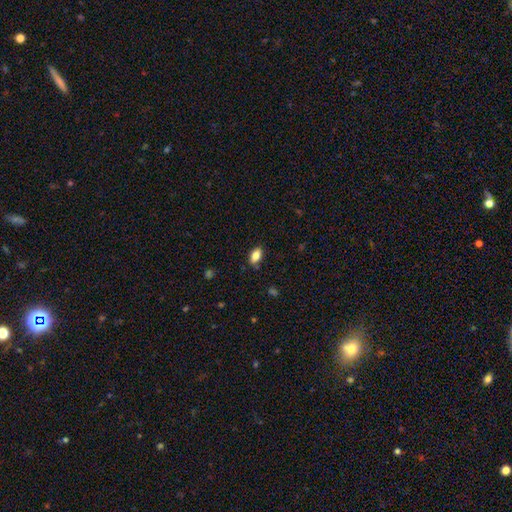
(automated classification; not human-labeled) This appears to be a smooth galaxy with no disk features (81%) that is in between round and cigar-shaped (89%). Merging: none (85%).